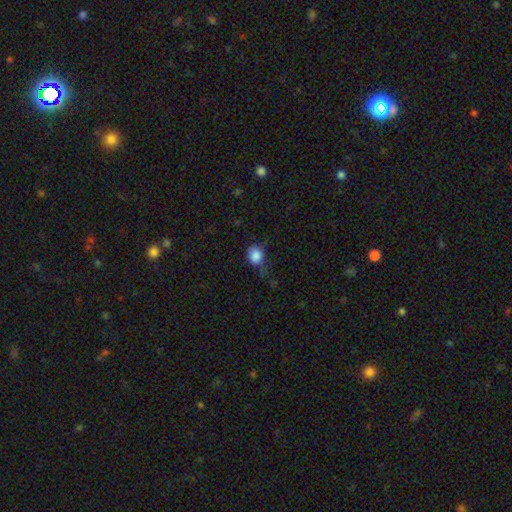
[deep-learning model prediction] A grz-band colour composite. It shows a smooth galaxy with no disk features (86%) that is round (71%). Merging: none (52%).